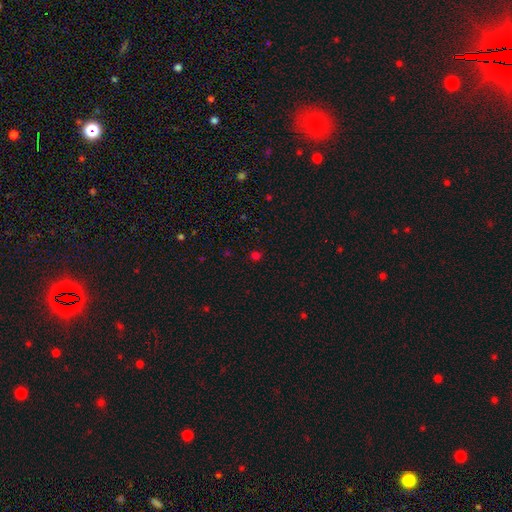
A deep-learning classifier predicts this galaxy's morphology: Smooth or featured? smooth (56%)
How rounded? round (79%)
Merging? none (82%)